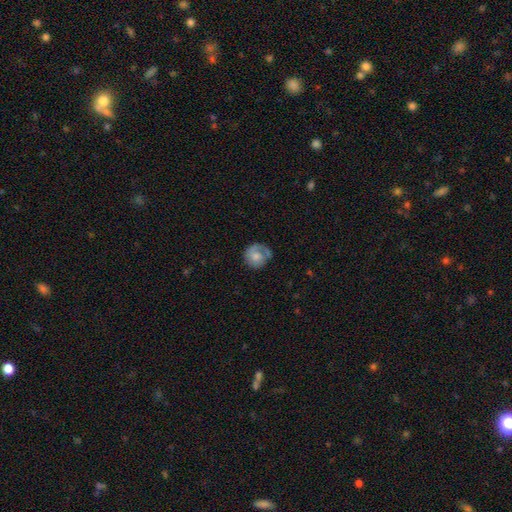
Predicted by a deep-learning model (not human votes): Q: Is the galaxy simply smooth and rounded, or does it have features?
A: featured or disk — 49%.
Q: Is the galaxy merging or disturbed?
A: none — 62%.